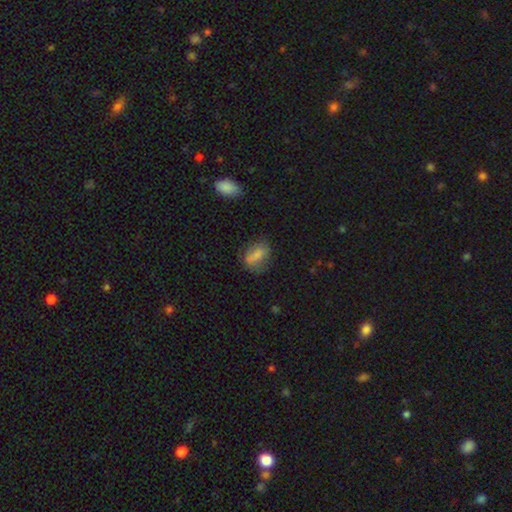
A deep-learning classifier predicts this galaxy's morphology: This appears to be a smooth galaxy with no disk features (73%) that is in between round and cigar-shaped (75%). Merging: none (61%).